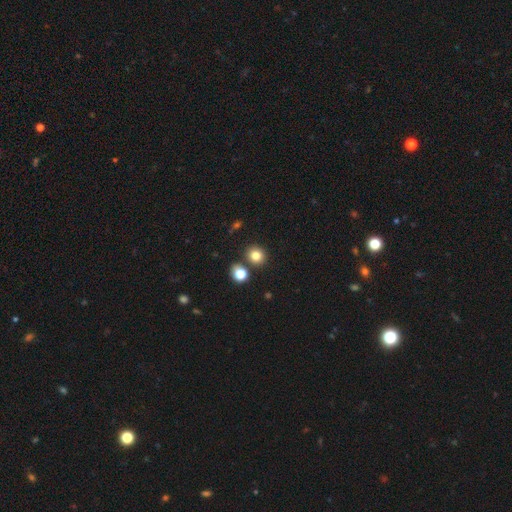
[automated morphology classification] This appears to be a smooth galaxy with no disk features (82%) that is round (83%). Merging: none (79%).